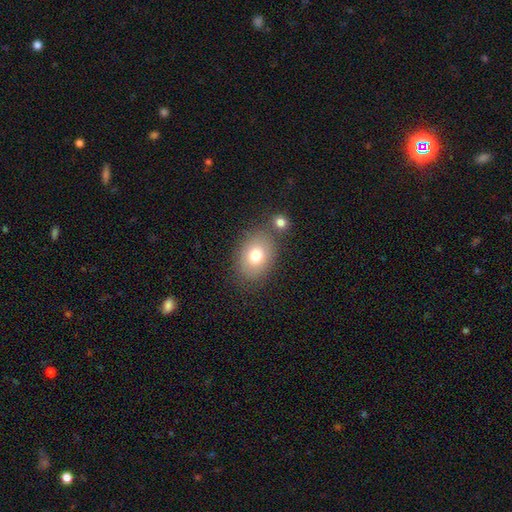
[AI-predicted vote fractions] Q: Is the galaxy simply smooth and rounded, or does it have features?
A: smooth — 75%.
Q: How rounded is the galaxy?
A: in between — 69%.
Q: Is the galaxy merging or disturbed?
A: none — 71%.